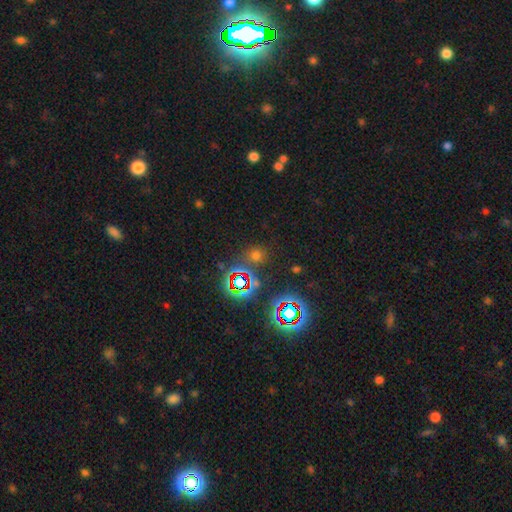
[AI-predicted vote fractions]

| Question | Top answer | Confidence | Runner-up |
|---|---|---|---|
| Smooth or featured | smooth | 47% | star or artifact (44%) |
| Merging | none | 77% | minor disturbance (11%) |